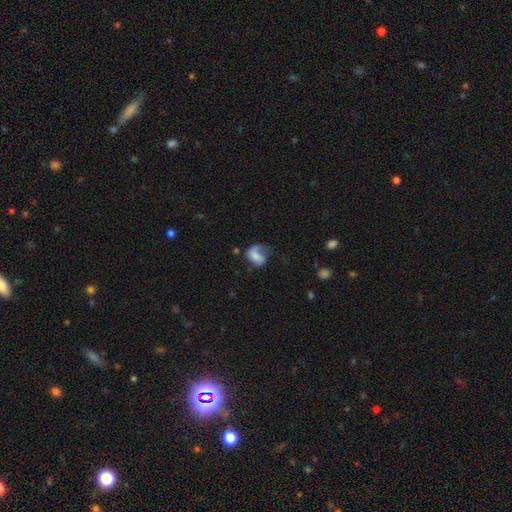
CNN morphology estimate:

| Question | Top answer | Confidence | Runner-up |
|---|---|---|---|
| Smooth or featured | smooth | 53% | featured or disk (37%) |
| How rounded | in between | 74% | round (25%) |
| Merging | major disturbance | 40% | none (31%) |